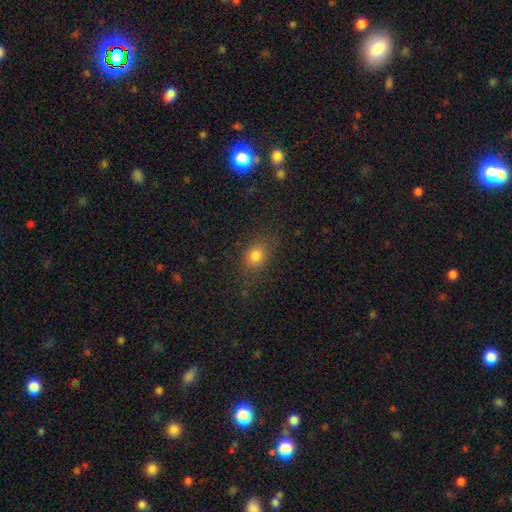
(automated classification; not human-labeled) Smooth or featured: smooth — 79% (star or artifact — 13%)
How rounded: in between — 57% (round — 41%)
Merging: none — 79% (minor disturbance — 14%)